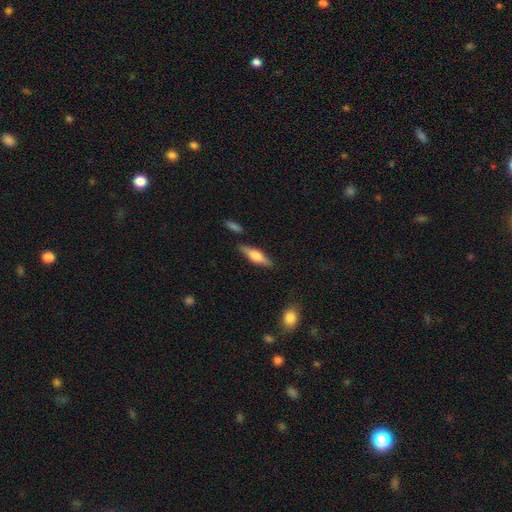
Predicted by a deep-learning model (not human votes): Smooth or featured: featured or disk — 48% (smooth — 45%)
Merging: none — 80% (minor disturbance — 12%)